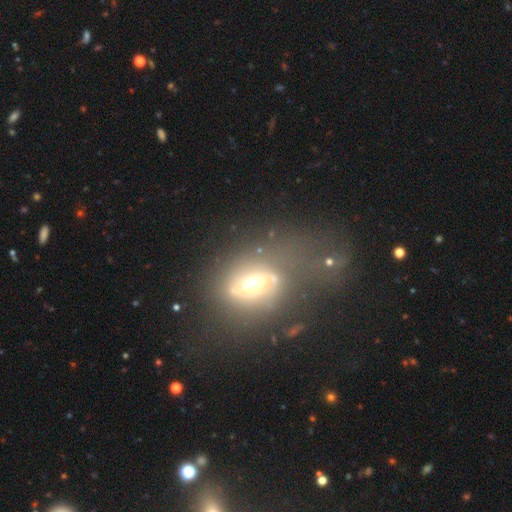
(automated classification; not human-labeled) The model was most divided on "smooth or featured": smooth: 39%, featured or disk: 37%, star or artifact: 23%. Remaining: merging — none (44%).